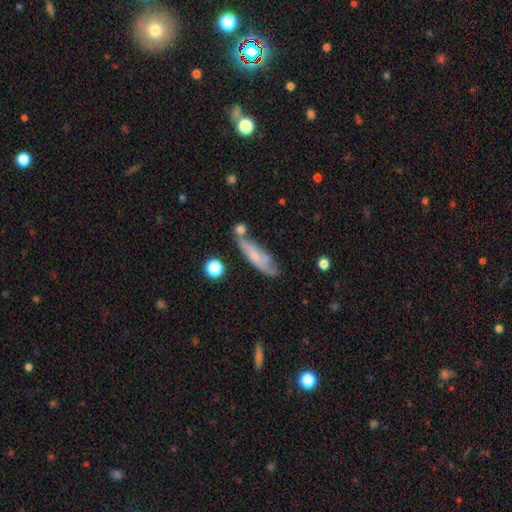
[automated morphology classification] Q: Smooth or featured?
A: smooth (54%); runner-up: featured or disk (39%)
Q: How rounded?
A: cigar-shaped (65%); runner-up: in between (32%)
Q: Merging?
A: none (59%); runner-up: minor disturbance (22%)